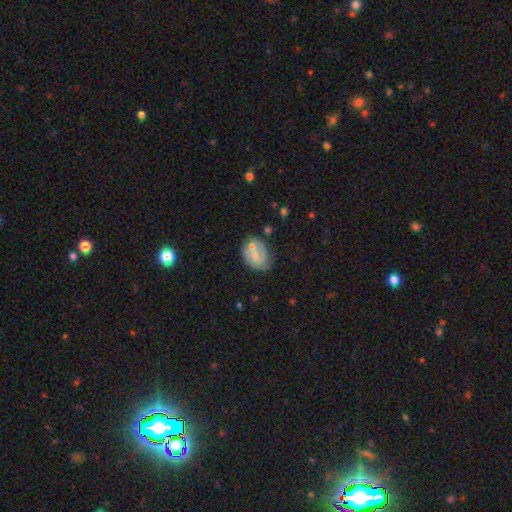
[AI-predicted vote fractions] Smooth or featured? featured or disk (59%)
Edge-on disk? no (97%)
Bar? no (60%)
Spiral arms? yes (76%)
Bulge size? small (47%)
Merging? none (52%)